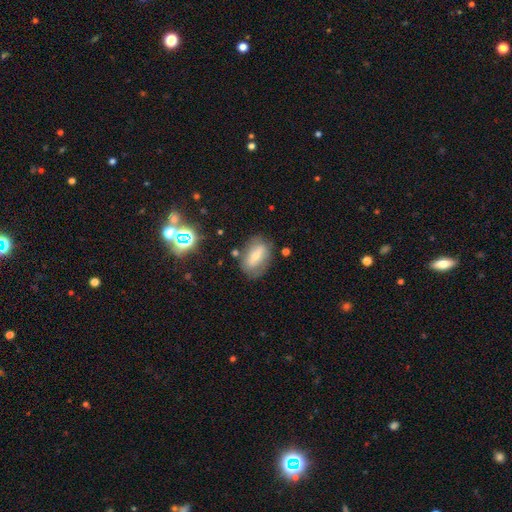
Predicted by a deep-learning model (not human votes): smooth-or-featured: smooth: 50% | featured or disk: 40% | star or artifact: 10%
  how-rounded: in between: 81% | round: 13% | cigar-shaped: 6%
  merging: none: 72% | minor disturbance: 18% | major disturbance: 7% | merger: 4%